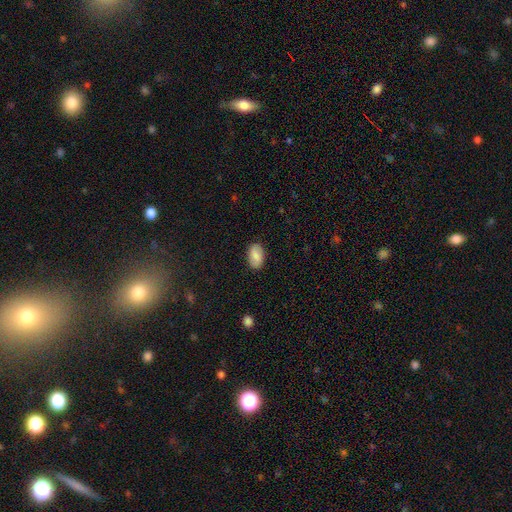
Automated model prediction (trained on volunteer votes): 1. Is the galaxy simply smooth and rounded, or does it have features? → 80% smooth, 12% featured or disk, 7% star or artifact.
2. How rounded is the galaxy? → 92% in between, 6% round, 2% cigar-shaped.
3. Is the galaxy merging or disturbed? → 85% none, 11% minor disturbance, 2% major disturbance, 1% merger.